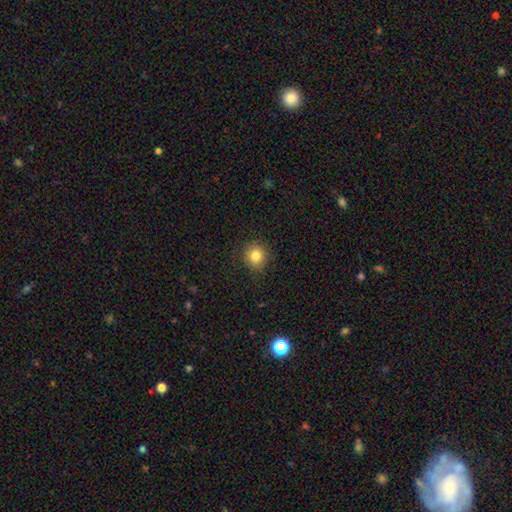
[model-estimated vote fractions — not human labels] Morphology: type=smooth (82%); roundness=round (89%); merging=none (88%).